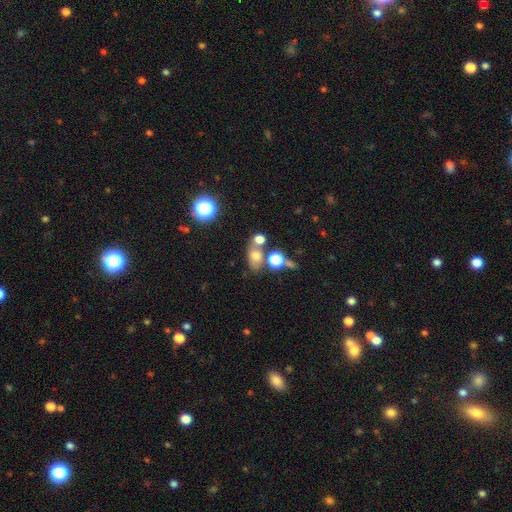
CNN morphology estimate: A smooth galaxy with no disk features (67%) that is in between round and cigar-shaped (68%). Merging: none (51%).